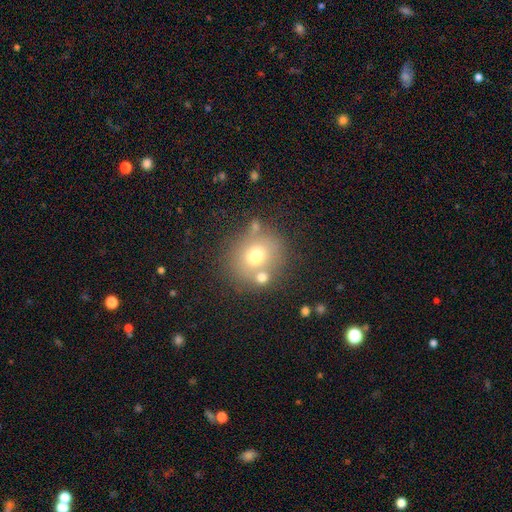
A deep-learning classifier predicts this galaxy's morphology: Smooth or featured: smooth — 67% (featured or disk — 18%)
How rounded: round — 83% (in between — 16%)
Merging: none — 67% (merger — 16%)